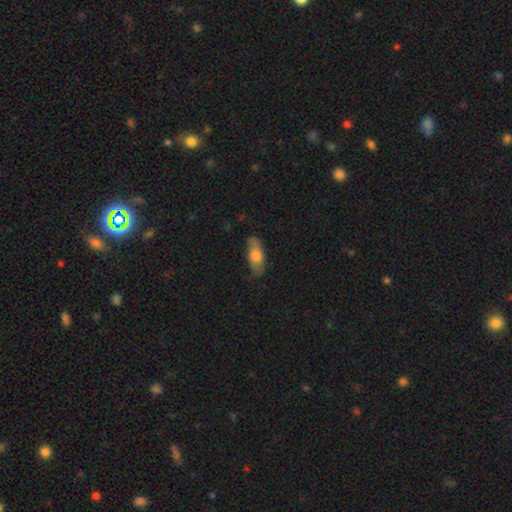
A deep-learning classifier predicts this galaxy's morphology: A smooth galaxy with no disk features (69%) that is in between round and cigar-shaped (75%).

Vote fractions:
- Smooth or featured? smooth: 69% / featured or disk: 25% / star or artifact: 7%
- How rounded? in between: 75% / cigar-shaped: 22% / round: 3%
- Merging? none: 73% / minor disturbance: 20% / major disturbance: 5% / merger: 1%